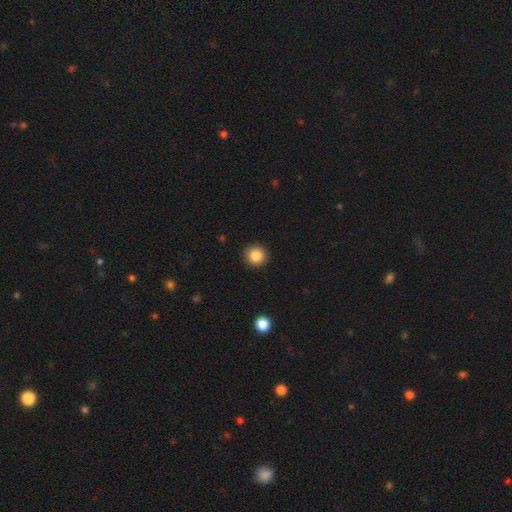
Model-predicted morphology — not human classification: Overall: smooth (84%). How rounded: round (94%). Merging: none (93%).